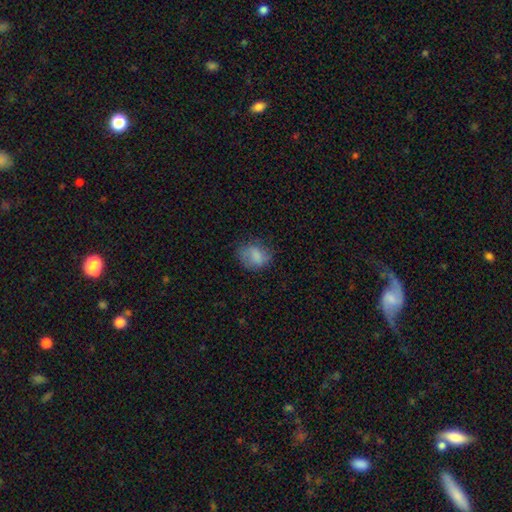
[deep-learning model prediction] smooth 74%, featured or disk 17%, star or artifact 9%. Down the decision tree: how rounded — in between (56%); merging — none (61%).